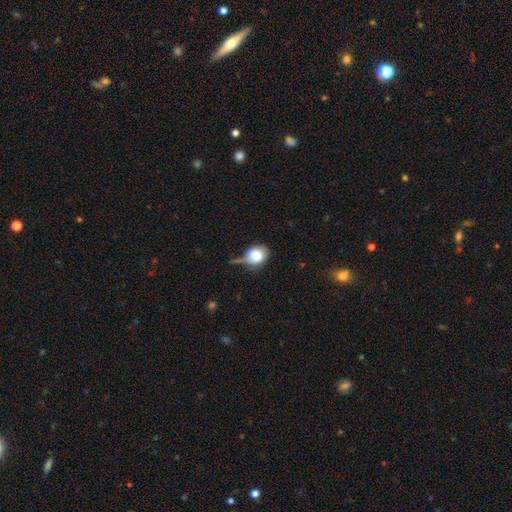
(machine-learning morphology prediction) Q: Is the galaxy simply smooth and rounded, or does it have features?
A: smooth — 78%.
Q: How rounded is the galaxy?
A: round — 64%.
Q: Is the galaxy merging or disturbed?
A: minor disturbance — 35%, tied with none.